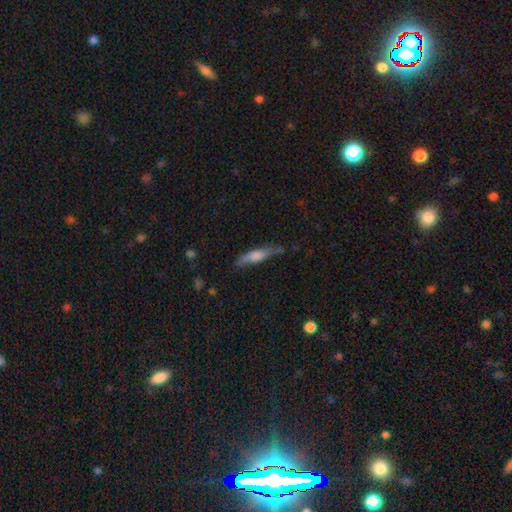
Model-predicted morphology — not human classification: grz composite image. It shows a featured or disk galaxy (48%). Merging: none (72%).